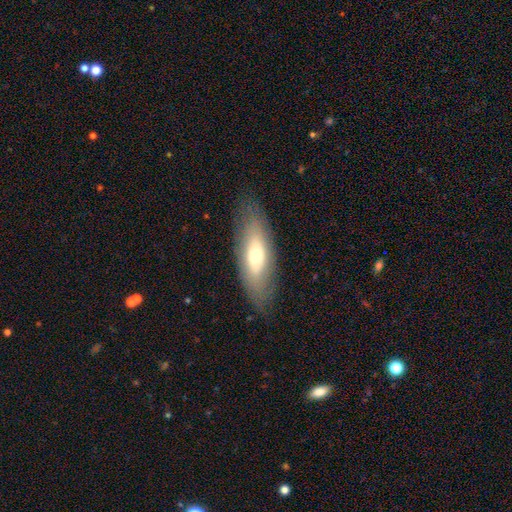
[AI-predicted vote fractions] Overall: smooth (55%; featured or disk 37%). How rounded: in between (65%; cigar-shaped 33%). Merging: none (82%).